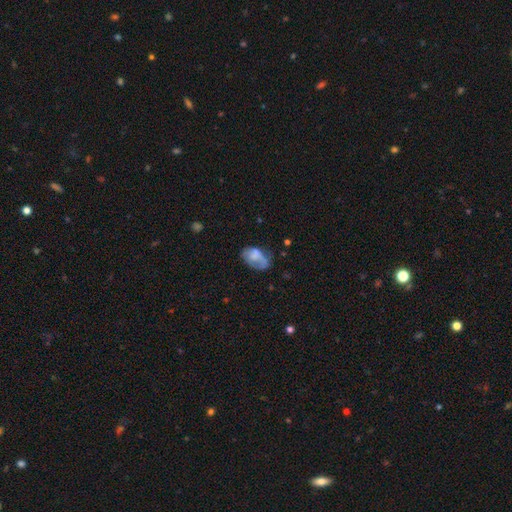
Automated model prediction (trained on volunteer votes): Smooth or featured? smooth (59%)
How rounded? in between (87%)
Merging? none (38%)